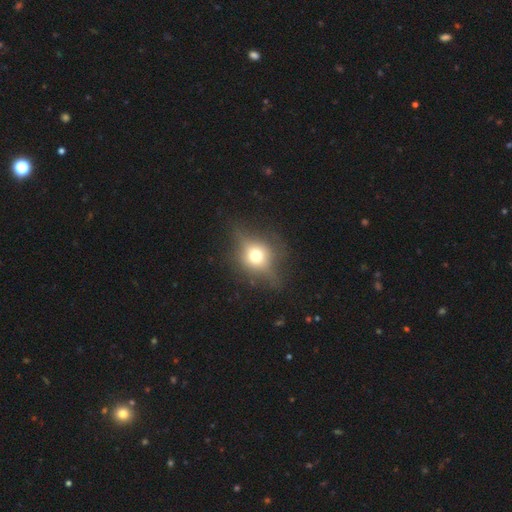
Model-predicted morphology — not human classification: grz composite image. It shows a smooth galaxy with no disk features (46%). Merging: none (69%).